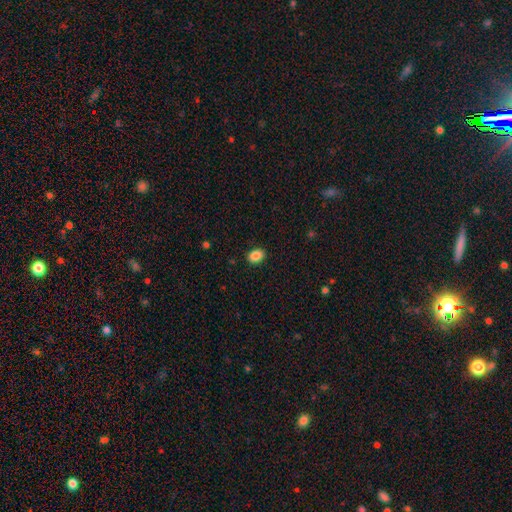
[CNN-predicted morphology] smooth_or_featured: smooth (p=0.87) [alt: star or artifact p=0.09]
how_rounded: in between (p=0.74) [alt: round p=0.25]
merging: none (p=0.90) [alt: minor disturbance p=0.08]